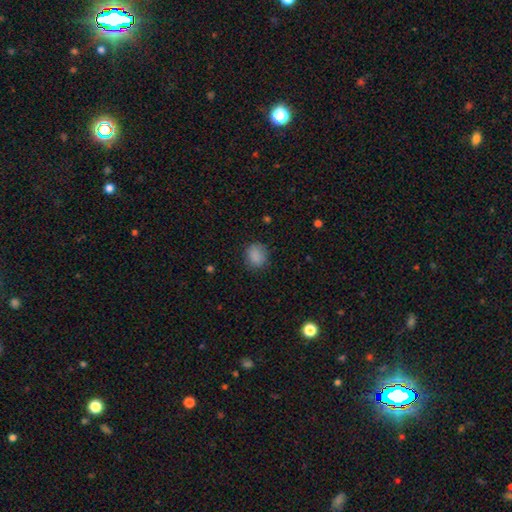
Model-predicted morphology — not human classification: Smooth or featured? smooth (86%)
How rounded? round (61%)
Merging? none (81%)